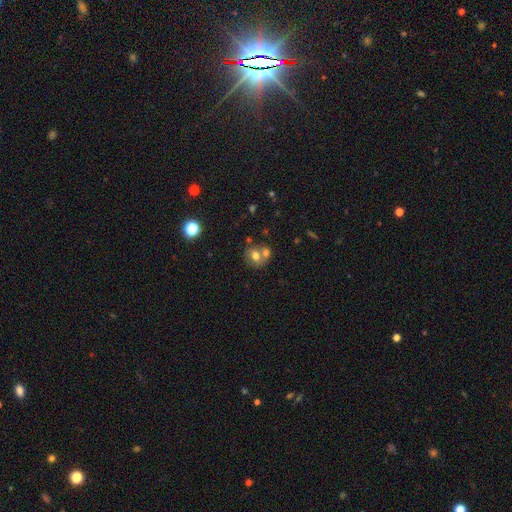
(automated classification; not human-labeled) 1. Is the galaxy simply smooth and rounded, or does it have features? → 66% smooth, 21% featured or disk, 13% star or artifact.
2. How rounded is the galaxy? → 69% round, 30% in between, 1% cigar-shaped.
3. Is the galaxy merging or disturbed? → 44% none, 43% merger, 9% minor disturbance, 4% major disturbance.